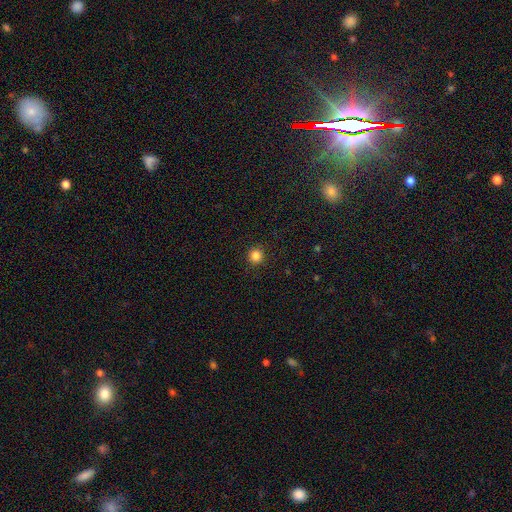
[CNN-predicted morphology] type=smooth (85%); roundness=round (95%); merging=none (92%).